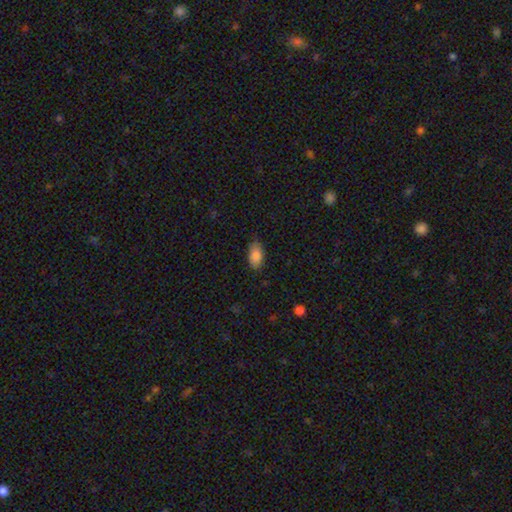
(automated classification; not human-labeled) Smooth or featured? Predicted: smooth (p=0.87). How rounded? Predicted: in between (p=0.93). Merging? Predicted: none (p=0.78).